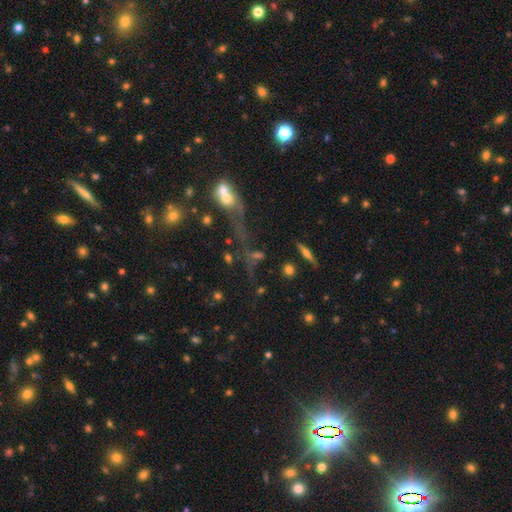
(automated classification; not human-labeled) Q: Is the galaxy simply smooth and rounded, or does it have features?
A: smooth — 35%.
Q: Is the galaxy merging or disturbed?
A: none — 40%.